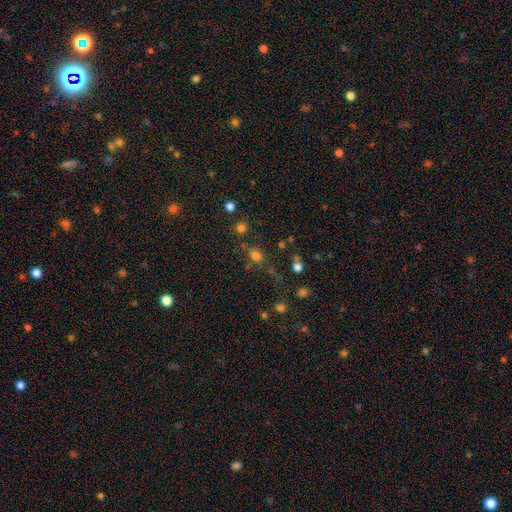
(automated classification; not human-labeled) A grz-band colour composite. It shows a smooth galaxy with no disk features (72%) that is round (51%). Merging: none (67%).